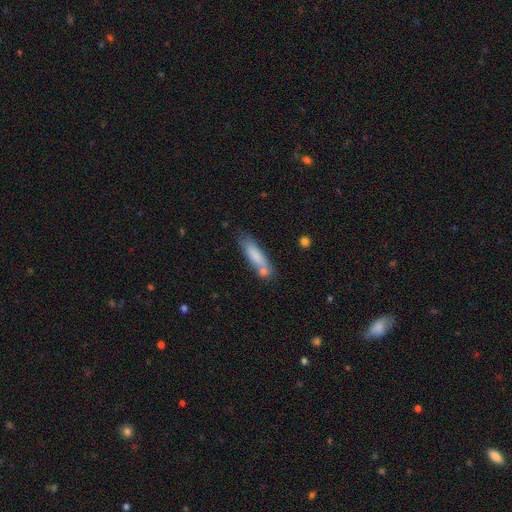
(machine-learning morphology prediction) Smooth or featured?
  - smooth: 79% *
  - featured or disk: 14%
  - star or artifact: 7%
How rounded?
  - cigar-shaped: 74% *
  - in between: 24%
  - round: 2%
Merging?
  - none: 61% *
  - minor disturbance: 18%
  - merger: 16%
  - major disturbance: 5%